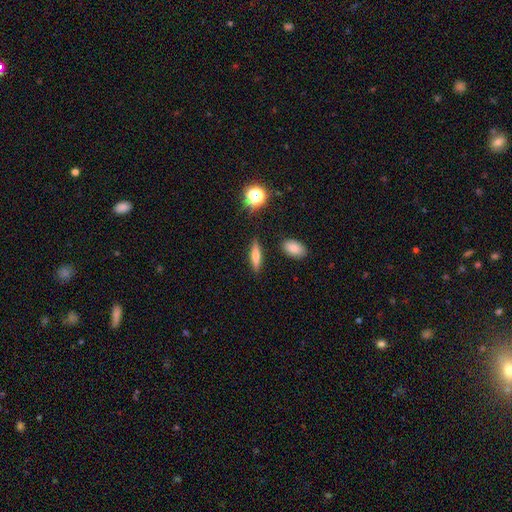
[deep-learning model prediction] A smooth galaxy with no disk features (63%) that is cigar-shaped (65%). Merging: none (86%).